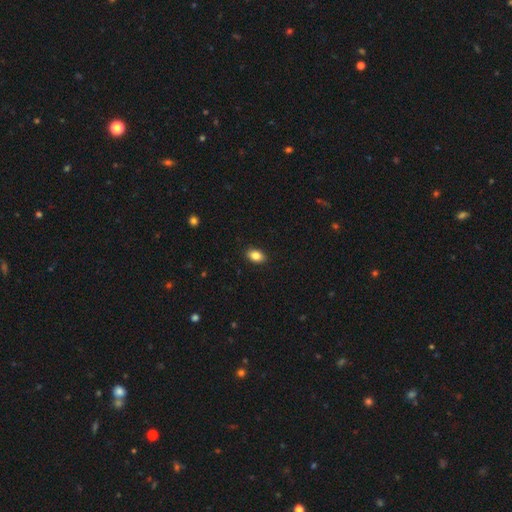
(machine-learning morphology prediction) Q: Smooth or featured?
A: smooth (85%); runner-up: star or artifact (8%)
Q: How rounded?
A: in between (87%); runner-up: round (12%)
Q: Merging?
A: none (90%); runner-up: minor disturbance (7%)